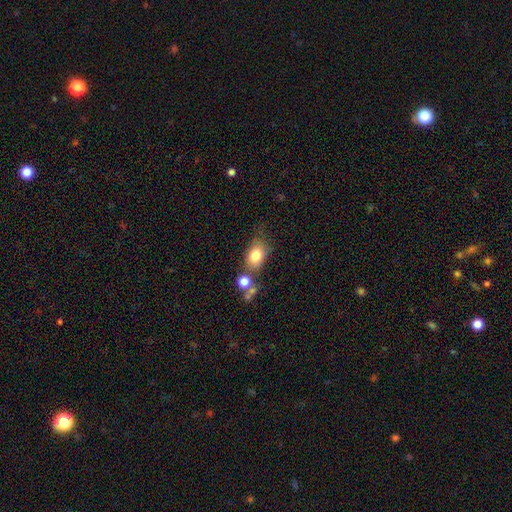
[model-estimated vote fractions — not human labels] Smooth or featured: smooth — 77% (featured or disk — 12%)
How rounded: in between — 69% (round — 29%)
Merging: none — 53% (merger — 20%)